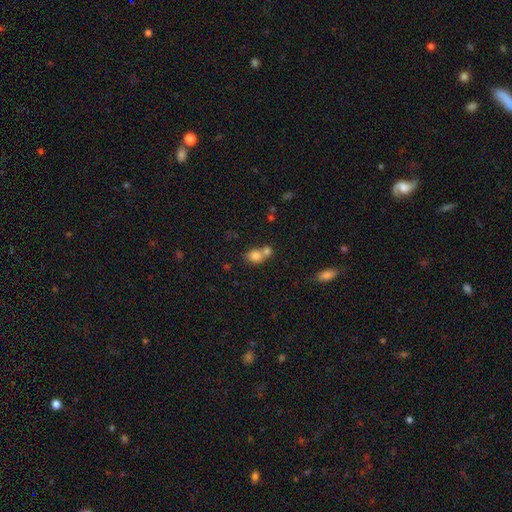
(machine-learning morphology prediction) The model was most divided on "how rounded": round: 52%, in between: 47%, cigar-shaped: 1%. More confident: smooth or featured — smooth (79%); merging — merger (58%).